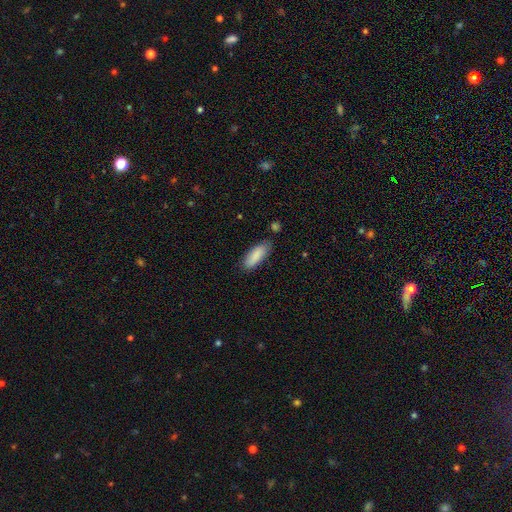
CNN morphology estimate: Smooth or featured? Predicted: smooth (p=0.87). How rounded? Predicted: in between (p=0.64). Merging? Predicted: none (p=0.75).